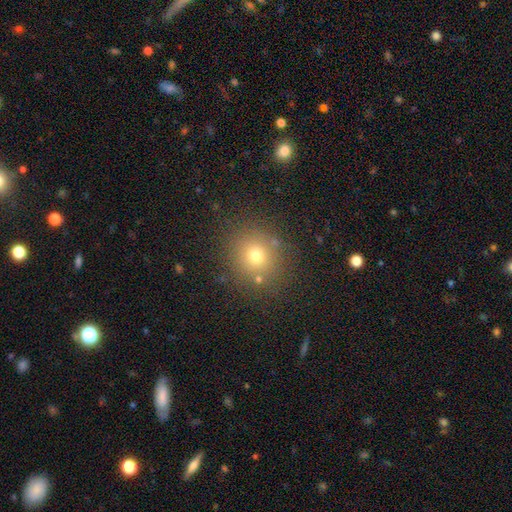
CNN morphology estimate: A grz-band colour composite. It shows a smooth galaxy with no disk features (70%) that is round (86%). Merging: none (83%).